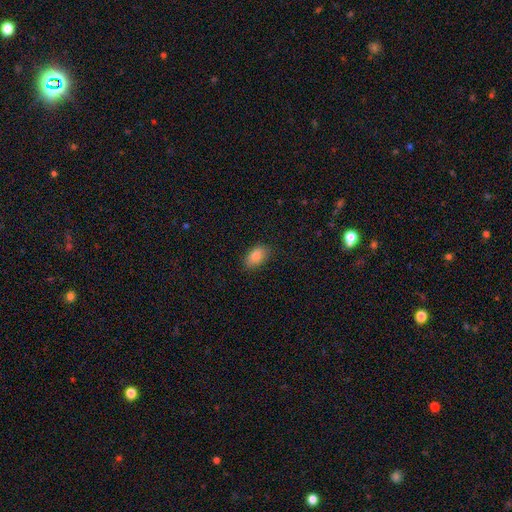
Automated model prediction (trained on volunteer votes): Smooth or featured?
  - smooth: 84% *
  - star or artifact: 8%
  - featured or disk: 8%
How rounded?
  - in between: 90% *
  - round: 8%
  - cigar-shaped: 2%
Merging?
  - none: 84% *
  - minor disturbance: 12%
  - major disturbance: 3%
  - merger: 1%